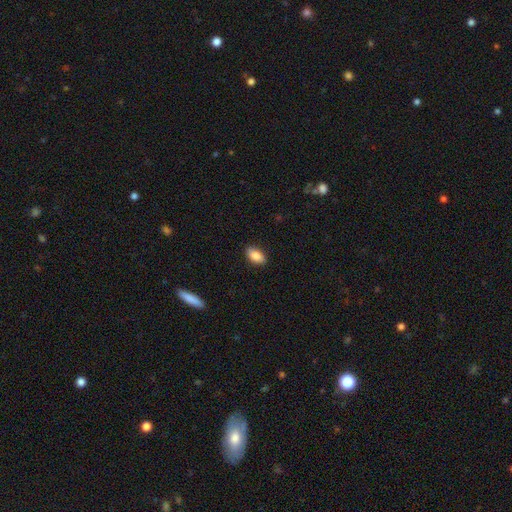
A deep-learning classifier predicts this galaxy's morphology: A smooth galaxy with no disk features (87%) that is in between round and cigar-shaped (92%).

Vote fractions:
- Smooth or featured? smooth: 87% / star or artifact: 7% / featured or disk: 6%
- How rounded? in between: 92% / round: 5% / cigar-shaped: 4%
- Merging? none: 87% / minor disturbance: 10% / major disturbance: 2% / merger: 1%